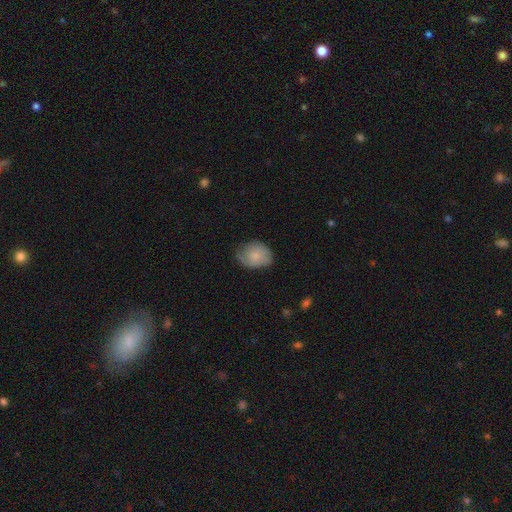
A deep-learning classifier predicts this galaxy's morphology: type=smooth (65%); roundness=in between (56%); merging=none (55%).